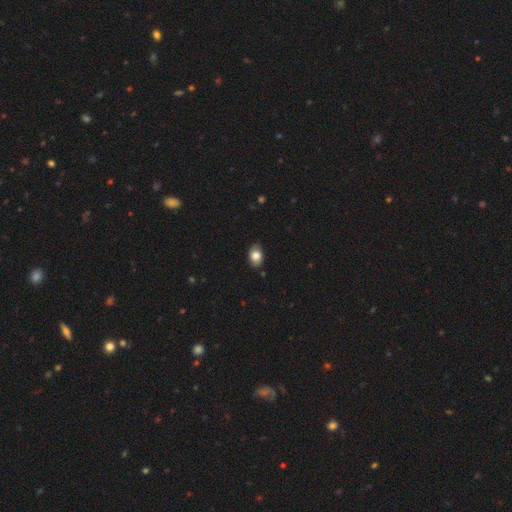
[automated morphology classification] Q: Smooth or featured?
A: smooth (83%); runner-up: featured or disk (9%)
Q: How rounded?
A: in between (81%); runner-up: round (18%)
Q: Merging?
A: none (86%); runner-up: minor disturbance (11%)